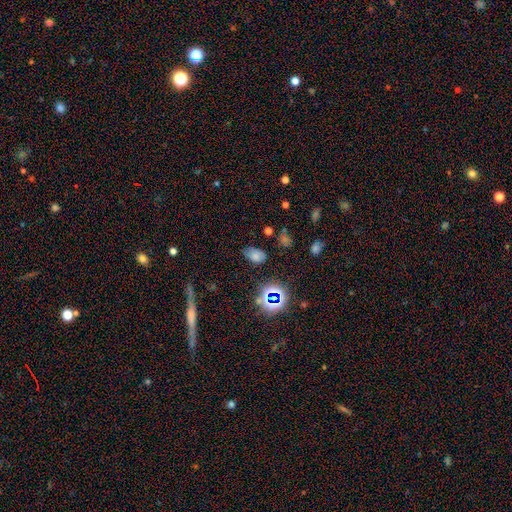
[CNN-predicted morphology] A smooth galaxy with no disk features (64%) that is in between round and cigar-shaped (84%). Merging: none (70%).